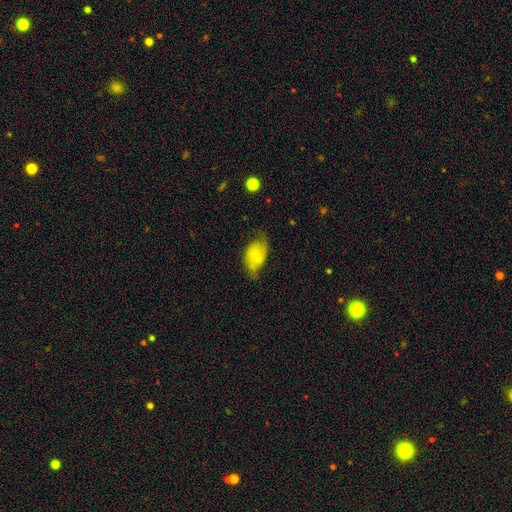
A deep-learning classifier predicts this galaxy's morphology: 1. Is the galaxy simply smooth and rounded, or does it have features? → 47% featured or disk, 46% smooth, 7% star or artifact.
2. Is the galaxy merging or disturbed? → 59% none, 29% minor disturbance, 10% major disturbance, 1% merger.